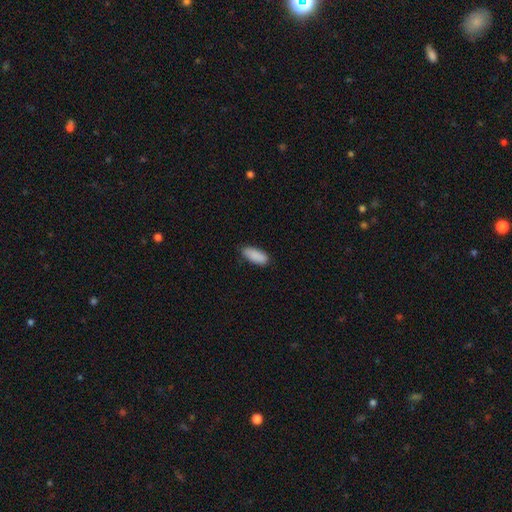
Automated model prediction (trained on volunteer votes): The model was most divided on "how rounded": in between: 81%, cigar-shaped: 17%, round: 2%. More confident: smooth or featured — smooth (90%); merging — none (80%).